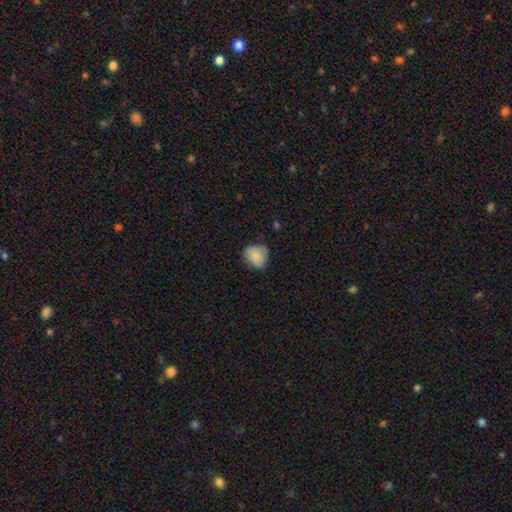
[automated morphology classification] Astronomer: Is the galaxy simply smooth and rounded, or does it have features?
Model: smooth — 83%.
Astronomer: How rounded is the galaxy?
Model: round — 65%.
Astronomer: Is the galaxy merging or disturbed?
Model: none — 62%.